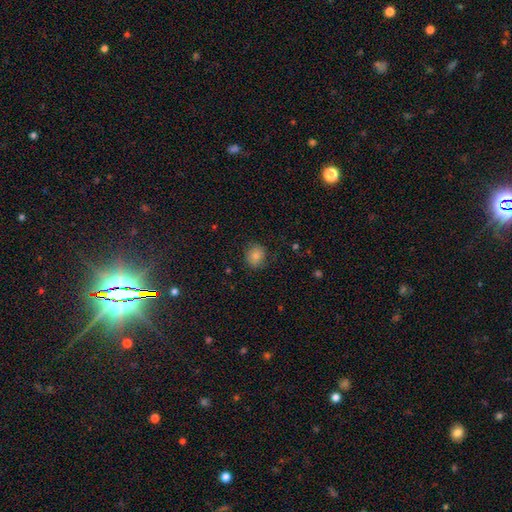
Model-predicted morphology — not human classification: smooth 84%, star or artifact 10%, featured or disk 6%. Down the decision tree: how rounded — round (78%); merging — none (81%).